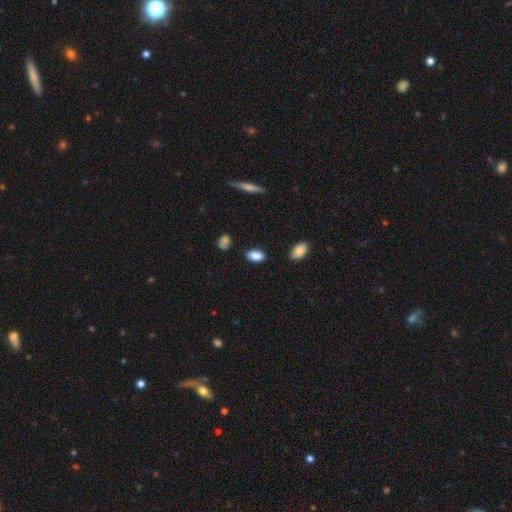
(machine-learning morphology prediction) type=smooth (88%); roundness=in between (92%); merging=none (85%).